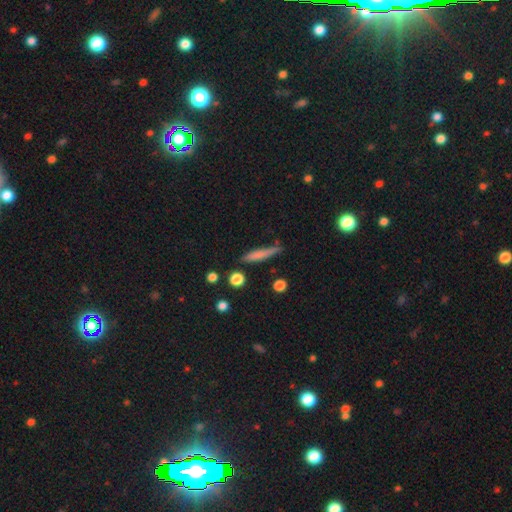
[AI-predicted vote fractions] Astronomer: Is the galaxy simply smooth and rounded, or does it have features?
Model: star or artifact — 49% (runner-up: smooth, 26%).